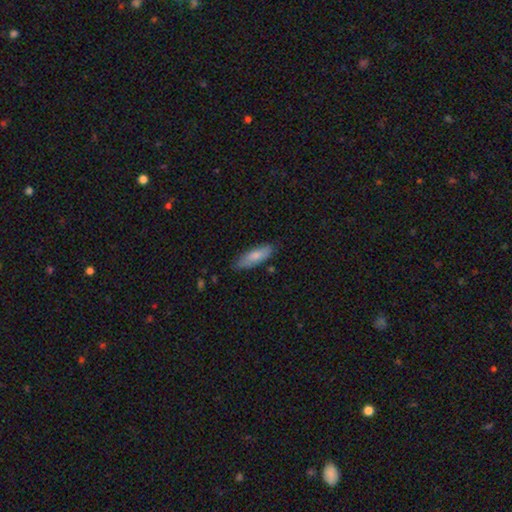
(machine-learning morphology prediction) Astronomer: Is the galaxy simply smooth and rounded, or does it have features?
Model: smooth — 78%.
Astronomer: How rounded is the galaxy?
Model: in between — 60% (runner-up: cigar-shaped, 39%).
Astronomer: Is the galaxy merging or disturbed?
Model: none — 76%.